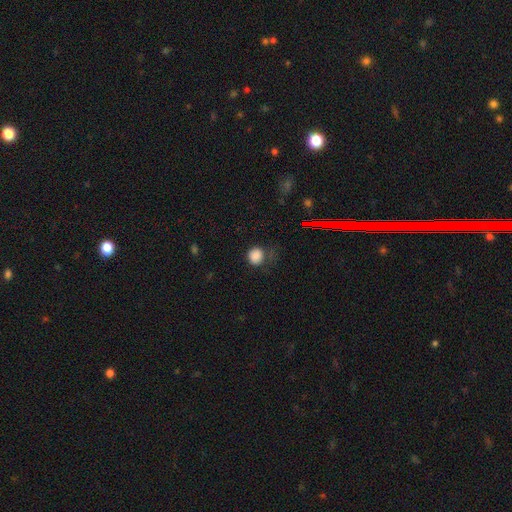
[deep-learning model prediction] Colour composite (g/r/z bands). It shows a smooth galaxy with no disk features (84%) that is round (86%). Merging: none (60%).